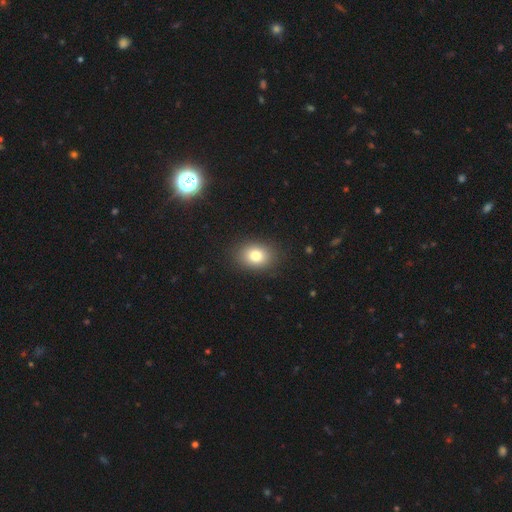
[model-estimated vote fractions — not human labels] Smooth or featured? smooth (80%)
How rounded? in between (63%)
Merging? none (88%)